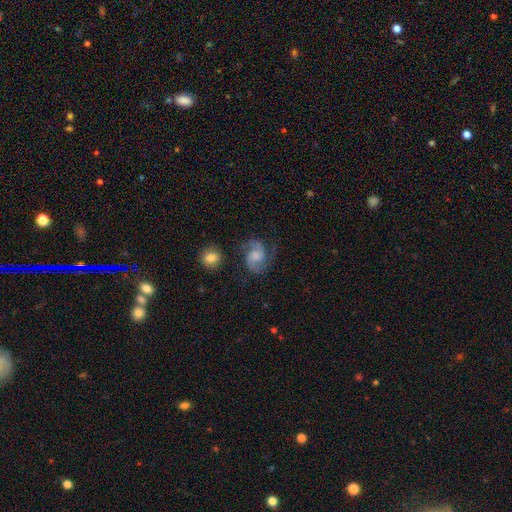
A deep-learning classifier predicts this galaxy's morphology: smooth-or-featured: featured or disk: 81% | smooth: 12% | star or artifact: 7%
  disk-edge-on: no: 98% | yes: 2%
    bar: no: 59% | weak: 35% | strong: 5%
    has-spiral-arms: yes: 96% | no: 4%
      spiral-winding: medium: 58% | loose: 23% | tight: 18%
      spiral-arm-count: 2: 91% | can't tell: 3% | 1: 2% | 3: 2% | 4: 1% | more than 4: 1%
    bulge-size: moderate: 39% | small: 28% | none: 18% | large: 13% | dominant: 2%
  merging: none: 70% | minor disturbance: 17% | major disturbance: 9% | merger: 4%